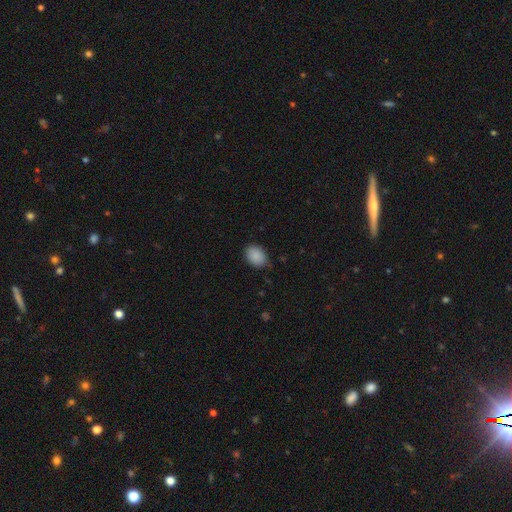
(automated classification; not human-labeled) Smooth or featured? Predicted: smooth (p=0.89). How rounded? Predicted: in between (p=0.62). Merging? Predicted: none (p=0.78).